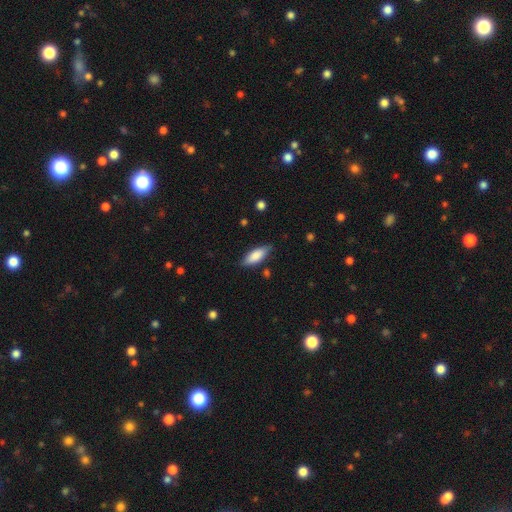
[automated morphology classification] smooth-or-featured: smooth: 82% | featured or disk: 12% | star or artifact: 6%
  how-rounded: in between: 72% | cigar-shaped: 26% | round: 2%
  merging: none: 81% | minor disturbance: 15% | major disturbance: 3% | merger: 2%